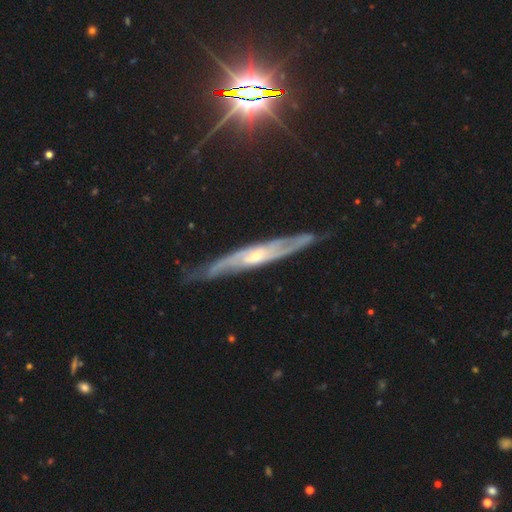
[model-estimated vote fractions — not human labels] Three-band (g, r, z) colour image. It shows a featured or disk galaxy (82%) viewed edge-on (56%). Merging: none (76%).